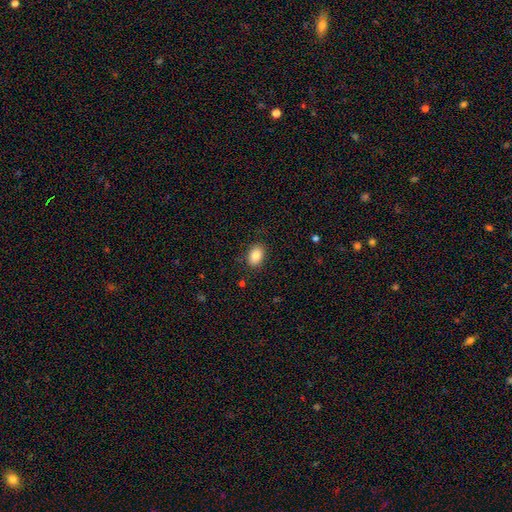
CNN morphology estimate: Overall: smooth (85%). How rounded: in between (82%). Merging: none (86%).